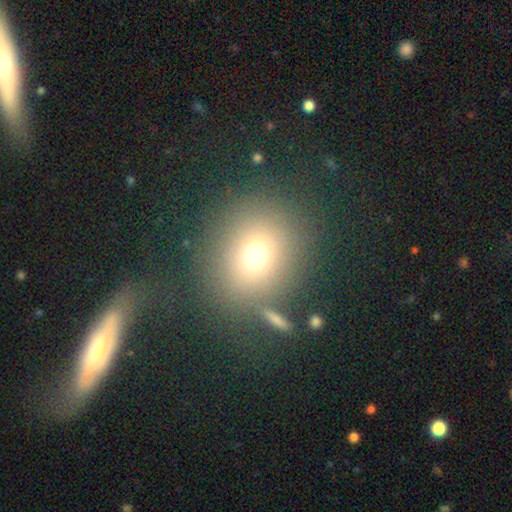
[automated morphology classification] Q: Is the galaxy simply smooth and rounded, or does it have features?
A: smooth — 70%.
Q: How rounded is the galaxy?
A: round — 80%.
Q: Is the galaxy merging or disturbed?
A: none — 72%.